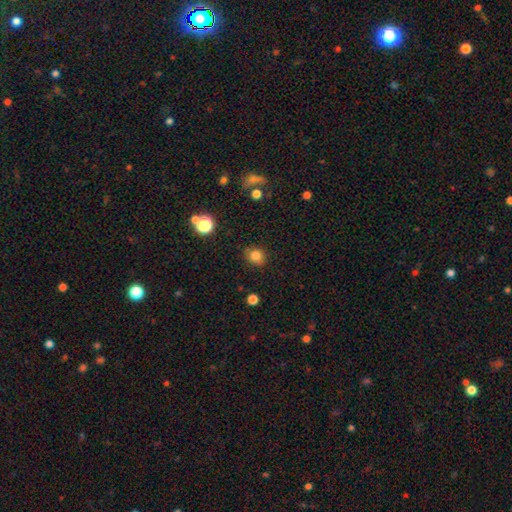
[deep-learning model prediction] smooth-or-featured: smooth: 82% | star or artifact: 13% | featured or disk: 5%
  how-rounded: round: 77% | in between: 22% | cigar-shaped: 1%
  merging: none: 85% | minor disturbance: 10% | major disturbance: 3% | merger: 2%